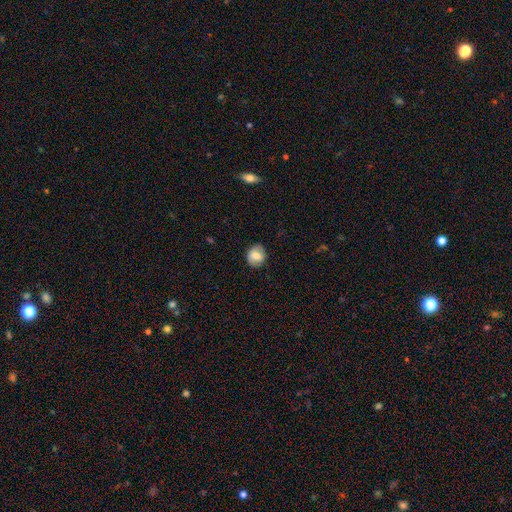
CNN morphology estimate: Smooth or featured? Predicted: smooth (p=0.72). How rounded? Predicted: round (p=0.72). Merging? Predicted: none (p=0.83).